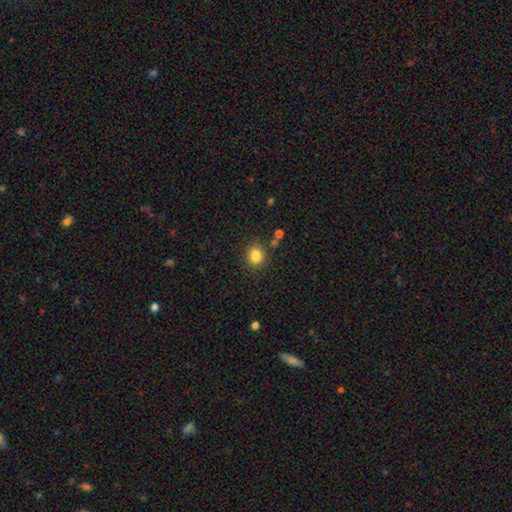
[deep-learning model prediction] A smooth galaxy with no disk features (84%) that is round (82%).

Vote fractions:
- Smooth or featured? smooth: 84% / star or artifact: 11% / featured or disk: 5%
- How rounded? round: 82% / in between: 17% / cigar-shaped: 1%
- Merging? none: 84% / minor disturbance: 9% / merger: 4% / major disturbance: 3%